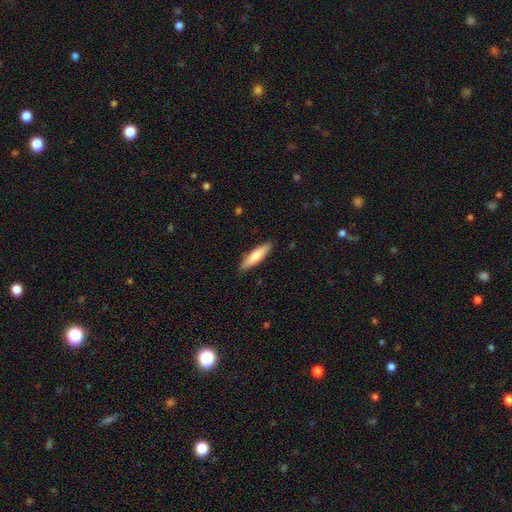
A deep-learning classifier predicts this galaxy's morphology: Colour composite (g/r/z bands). It shows a smooth galaxy with no disk features (73%) that is cigar-shaped (73%). Merging: none (89%).